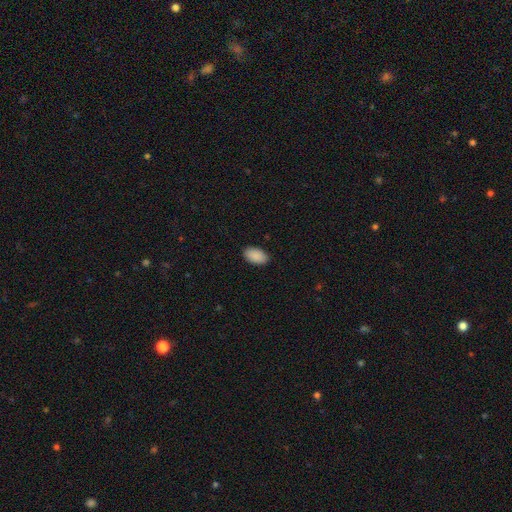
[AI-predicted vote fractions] Morphology: type=smooth (90%); roundness=in between (95%); merging=none (89%).